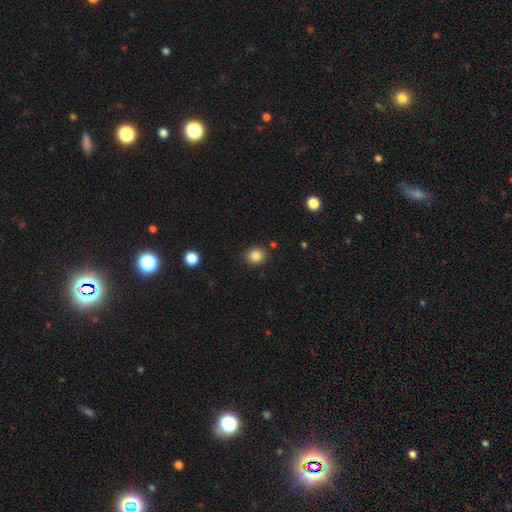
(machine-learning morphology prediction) smooth 85%, star or artifact 10%, featured or disk 4%. Down the decision tree: how rounded — round (71%); merging — none (87%).